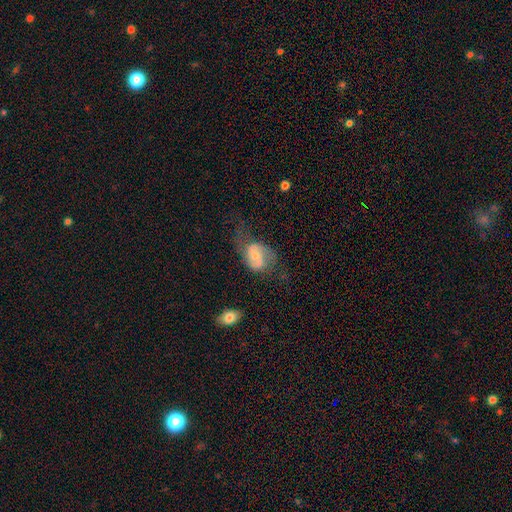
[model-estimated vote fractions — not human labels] Smooth or featured? featured or disk (66%)
Edge-on disk? no (97%)
Bar? no (49%)
Spiral arms? yes (87%)
Spiral winding? medium (45%)
Spiral arm count? 2 (82%)
Bulge size? small (51%)
Merging? none (42%)